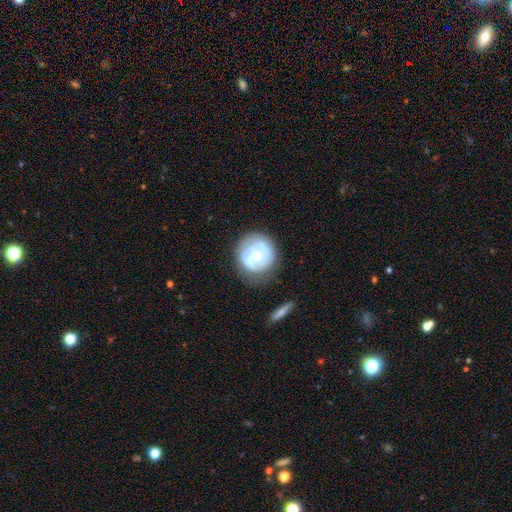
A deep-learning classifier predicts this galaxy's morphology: A featured or disk galaxy (72%) with no bar (63%), tight (49%) spiral arms (83%) and a small central bulge (50%).

Vote fractions:
- Smooth or featured? featured or disk: 72% / smooth: 22% / star or artifact: 6%
- Edge-on disk? no: 98% / yes: 2%
- Bar? no: 63% / weak: 30% / strong: 7%
- Spiral arms? yes: 83% / no: 17%
- Spiral winding? tight: 49% / medium: 37% / loose: 15%
- Spiral arm count? can't tell: 29% / 3: 28% / 2: 25% / 4: 8% / 1: 5% / more than 4: 4%
- Bulge size? small: 50% / moderate: 30% / none: 15% / large: 4% / dominant: 2%
- Merging? none: 65% / minor disturbance: 19% / major disturbance: 12% / merger: 4%